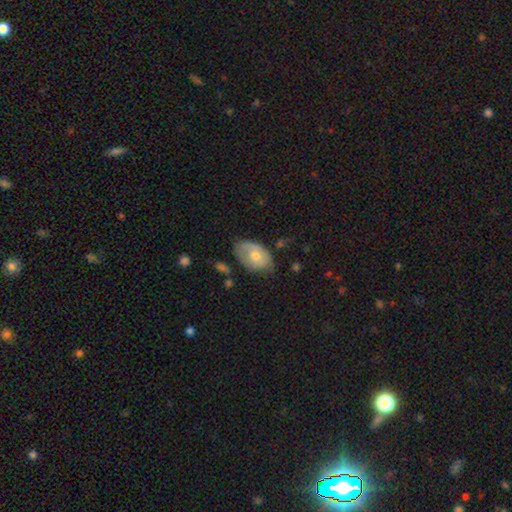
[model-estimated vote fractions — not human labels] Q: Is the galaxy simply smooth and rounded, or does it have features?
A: smooth — 59%.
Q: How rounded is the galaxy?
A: in between — 87%.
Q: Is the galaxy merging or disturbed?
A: none — 54%.